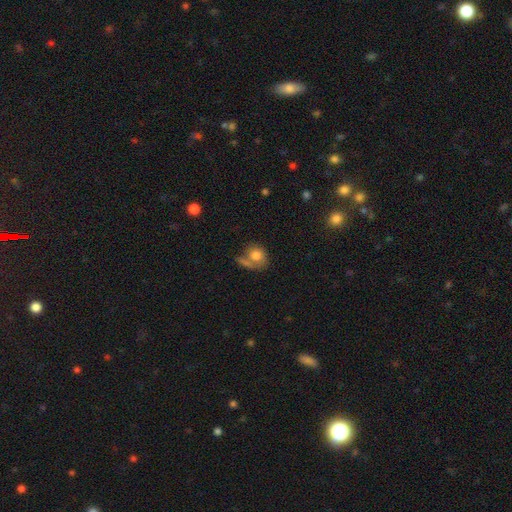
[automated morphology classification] The model was most divided on "merging": none: 41%, merger: 28%, minor disturbance: 16%, major disturbance: 15%. More confident: smooth or featured — smooth (72%); how rounded — round (56%).